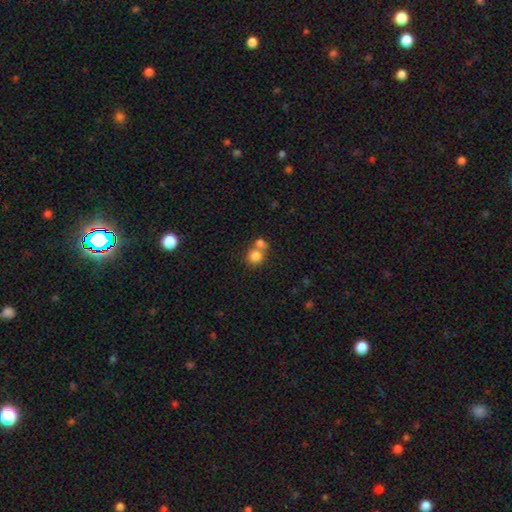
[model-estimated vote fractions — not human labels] This is clearly a smooth galaxy (81%). How rounded: clearly round (84%). Merging: possibly merger (47%).